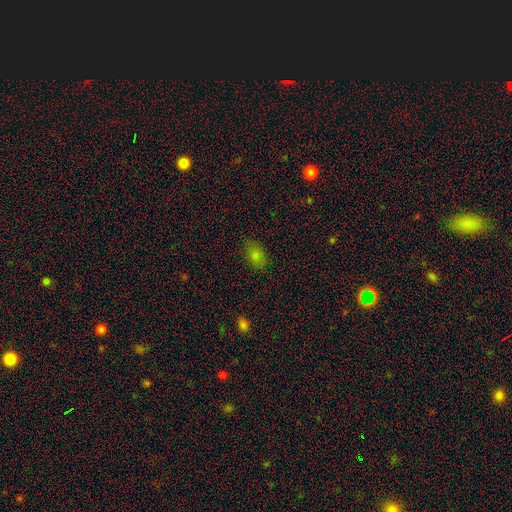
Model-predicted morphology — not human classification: Smooth or featured? smooth (74%)
How rounded? in between (76%)
Merging? none (81%)